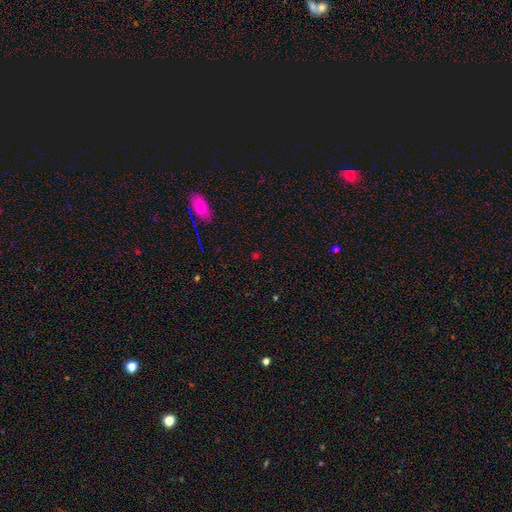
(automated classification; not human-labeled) Smooth or featured: star or artifact — 52% (smooth — 40%)